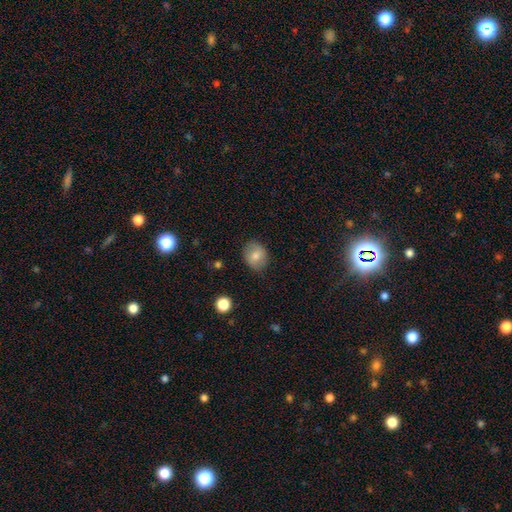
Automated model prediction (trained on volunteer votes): smooth-or-featured: smooth: 76% | featured or disk: 16% | star or artifact: 8%
  how-rounded: round: 59% | in between: 40% | cigar-shaped: 1%
  merging: none: 82% | minor disturbance: 13% | major disturbance: 3% | merger: 1%